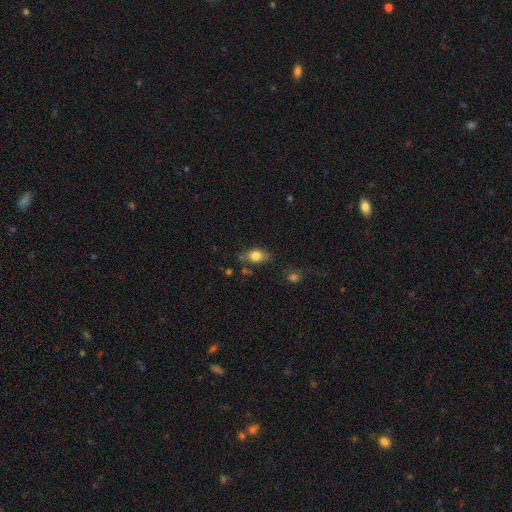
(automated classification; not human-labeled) Smooth or featured? smooth (75%)
How rounded? in between (77%)
Merging? none (69%)